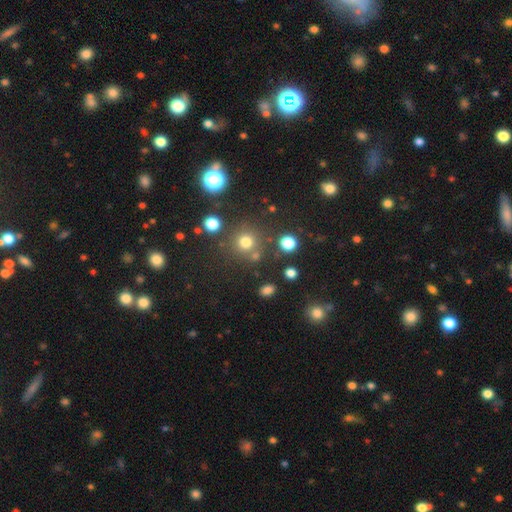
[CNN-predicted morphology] smooth_or_featured: smooth (p=0.66) [alt: star or artifact p=0.26]
how_rounded: round (p=0.92) [alt: in between p=0.07]
merging: none (p=0.78) [alt: merger p=0.10]